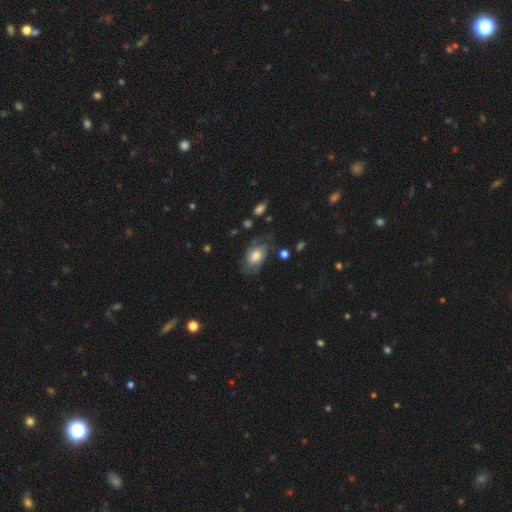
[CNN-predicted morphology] Smooth or featured? Predicted: featured or disk (p=0.61). Edge-on disk? Predicted: no (p=0.95). Bar? Predicted: no (p=0.74). Spiral arms? Predicted: yes (p=0.87). Spiral winding? Predicted: medium (p=0.40, tied with tight). Spiral arm count? Predicted: 2 (p=0.62). Bulge size? Predicted: moderate (p=0.49). Merging? Predicted: none (p=0.62).